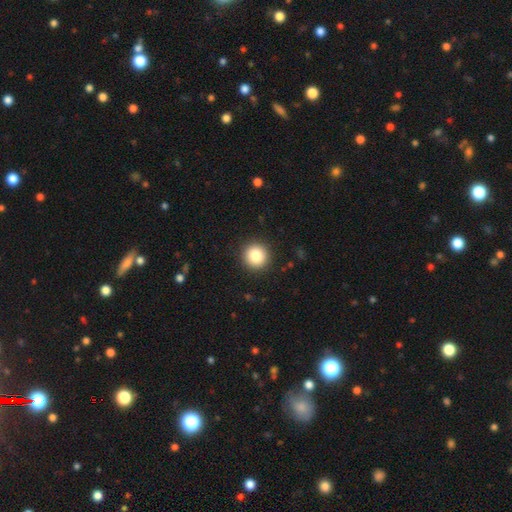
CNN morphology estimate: Overall: smooth (85%). How rounded: round (95%). Merging: none (92%).